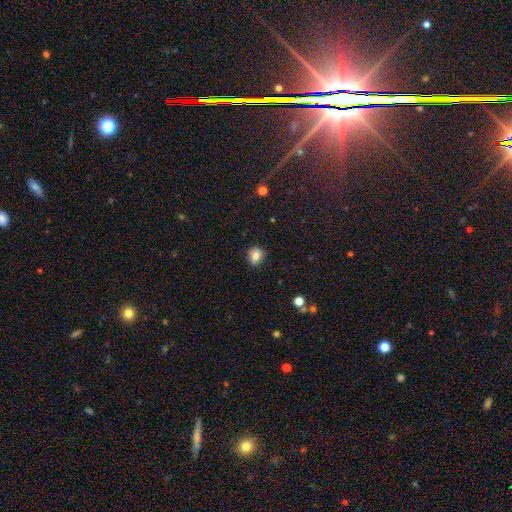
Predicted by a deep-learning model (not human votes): A smooth galaxy with no disk features (80%) that is round (63%). Merging: none (79%).